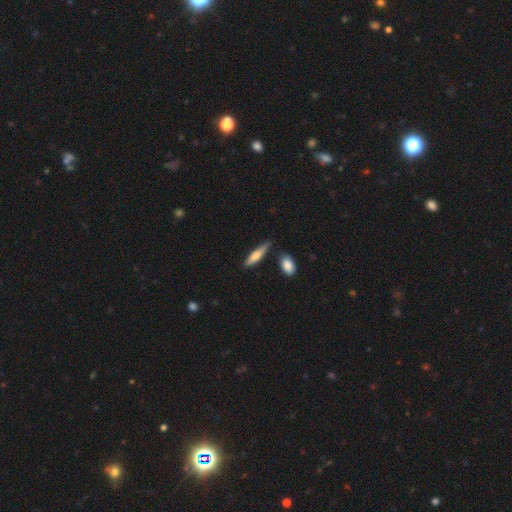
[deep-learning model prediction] Morphology: type=smooth (63%); roundness=cigar-shaped (73%); merging=none (72%).